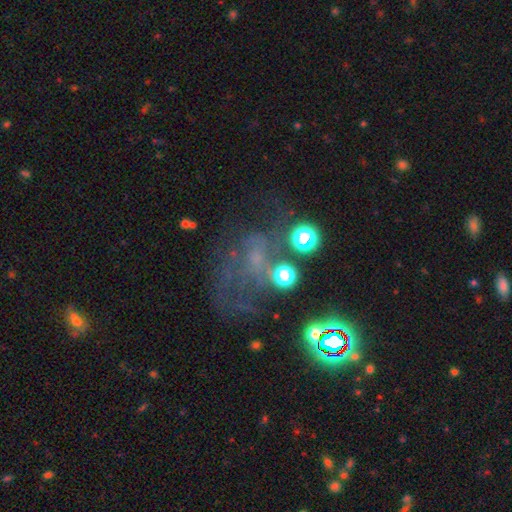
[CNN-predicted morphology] This appears to be a featured or disk galaxy (41%). Merging: none (38%).